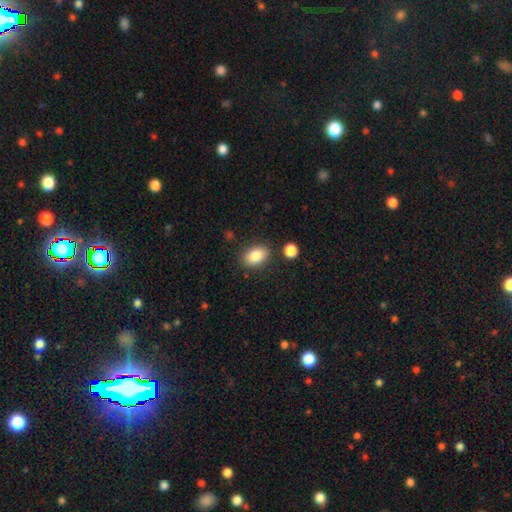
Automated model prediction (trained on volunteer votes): This is clearly a smooth galaxy (85%). How rounded: clearly in between (83%). Merging: clearly none (82%).